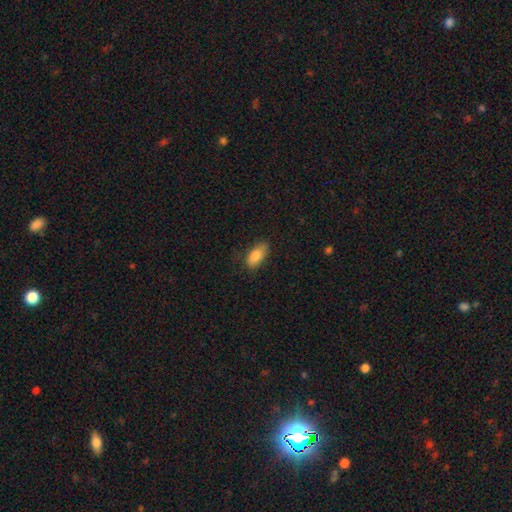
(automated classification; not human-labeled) Morphology: type=smooth (83%); roundness=in between (89%); merging=none (77%).